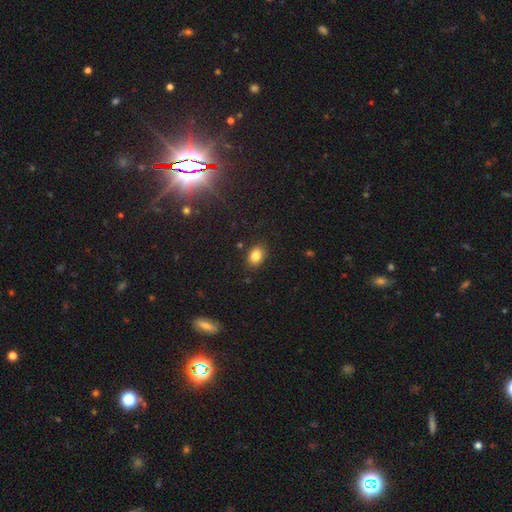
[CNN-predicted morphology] Smooth or featured?
  - smooth: 83% *
  - star or artifact: 10%
  - featured or disk: 7%
How rounded?
  - in between: 73% *
  - round: 26%
  - cigar-shaped: 1%
Merging?
  - none: 86% *
  - minor disturbance: 10%
  - major disturbance: 2%
  - merger: 2%